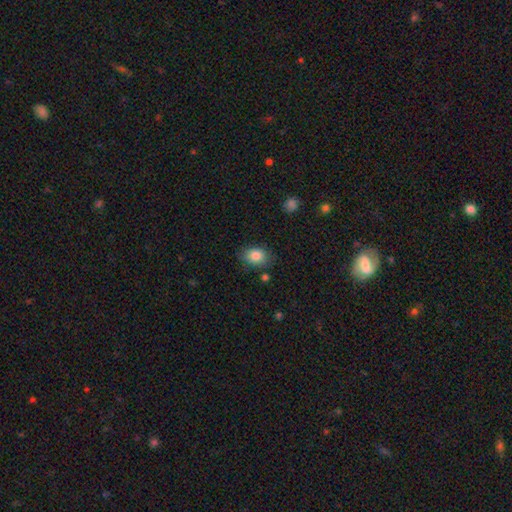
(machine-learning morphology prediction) smooth-or-featured: smooth: 85% | star or artifact: 9% | featured or disk: 6%
  how-rounded: in between: 67% | round: 32% | cigar-shaped: 1%
  merging: none: 76% | minor disturbance: 17% | major disturbance: 4% | merger: 3%